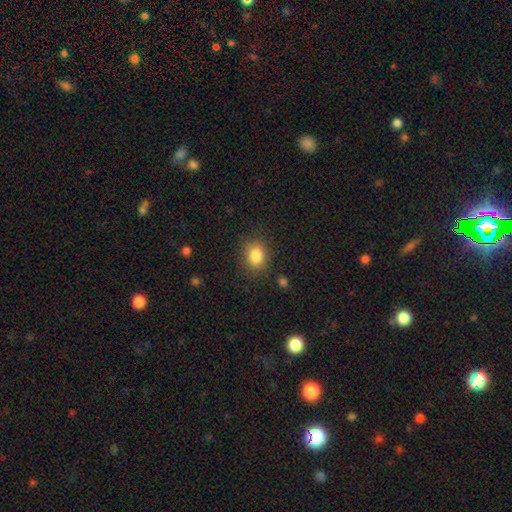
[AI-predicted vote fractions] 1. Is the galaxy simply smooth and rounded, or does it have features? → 84% smooth, 10% star or artifact, 6% featured or disk.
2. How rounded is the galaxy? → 50% round, 49% in between, 1% cigar-shaped.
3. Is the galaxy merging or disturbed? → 83% none, 12% minor disturbance, 4% major disturbance, 2% merger.